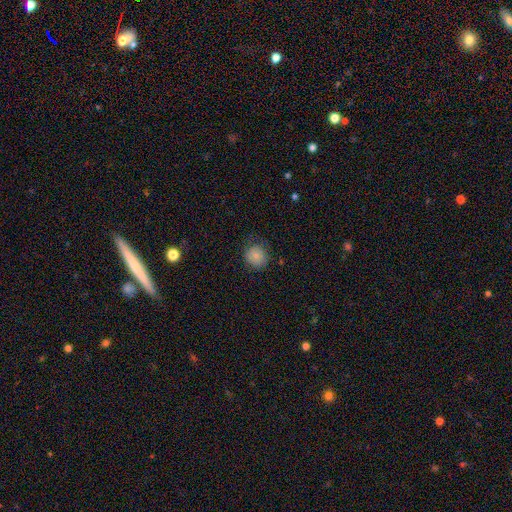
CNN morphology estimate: Smooth or featured? Predicted: smooth (p=0.81). How rounded? Predicted: round (p=0.83). Merging? Predicted: none (p=0.73).